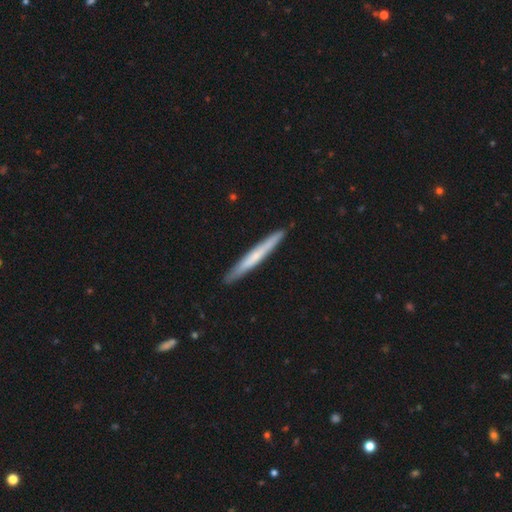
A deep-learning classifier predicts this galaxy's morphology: type=smooth (53%); roundness=cigar-shaped (97%); merging=none (91%).